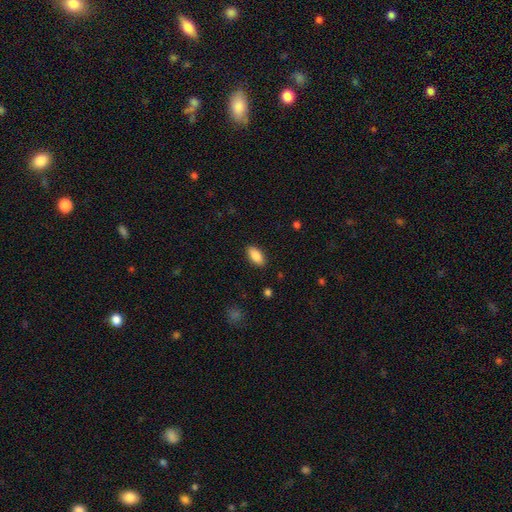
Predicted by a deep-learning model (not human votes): Overall: smooth (86%). How rounded: in between (90%). Merging: none (89%).